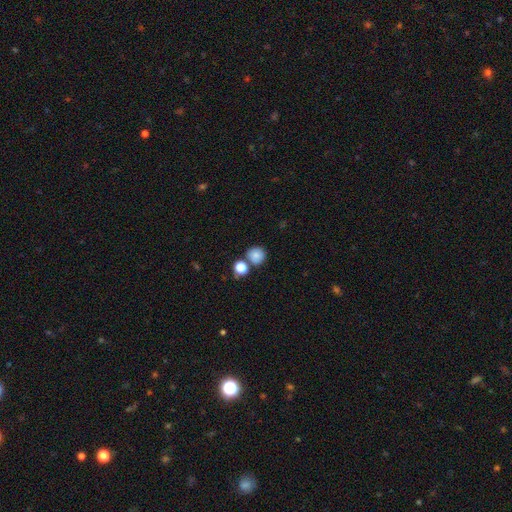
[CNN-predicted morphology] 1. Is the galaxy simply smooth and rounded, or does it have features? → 82% smooth, 11% star or artifact, 6% featured or disk.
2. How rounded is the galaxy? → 92% round, 7% in between, 1% cigar-shaped.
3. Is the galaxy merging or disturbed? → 70% none, 18% merger, 9% minor disturbance, 3% major disturbance.